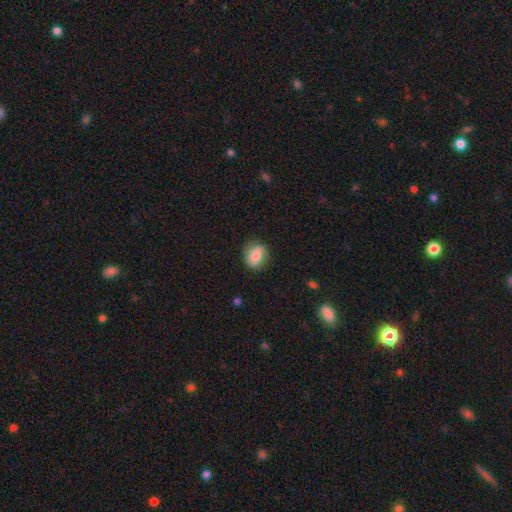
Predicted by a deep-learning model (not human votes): Morphology: type=smooth (69%); roundness=round (53%); merging=none (74%).